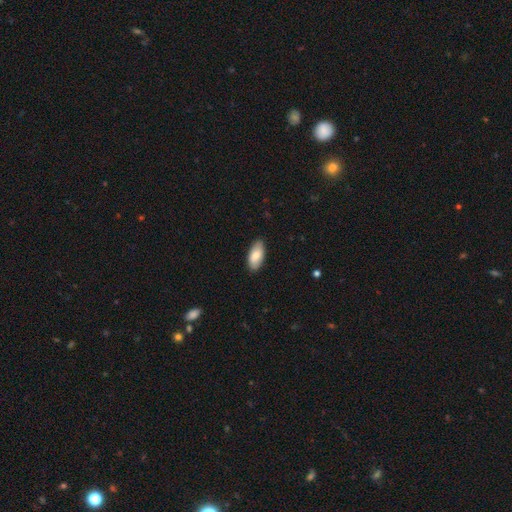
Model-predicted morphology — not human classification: This appears to be a smooth galaxy with no disk features (80%) that is in between round and cigar-shaped (92%). Merging: none (86%).